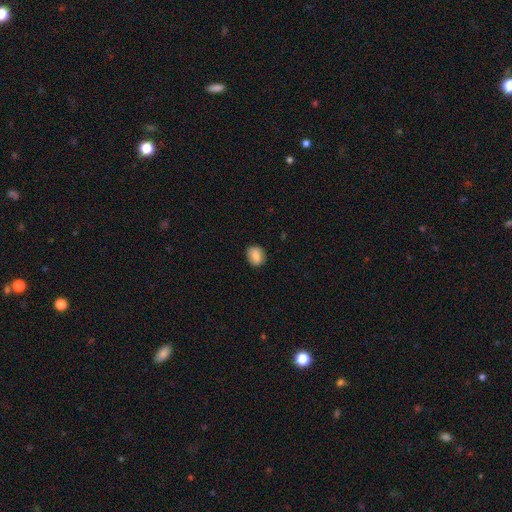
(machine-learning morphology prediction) Overall: smooth (83%). How rounded: round (62%; in between 37%). Merging: none (86%).